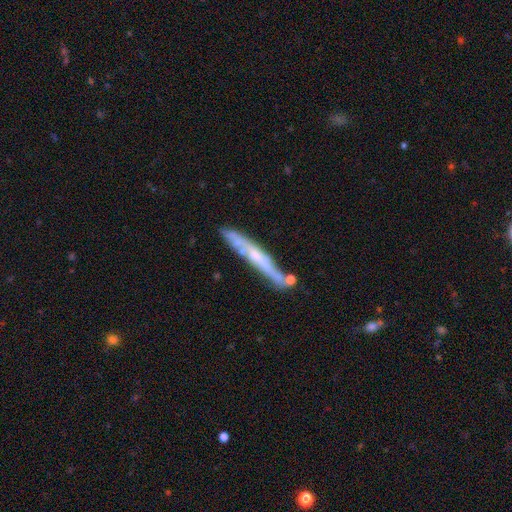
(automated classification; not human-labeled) featured or disk 59%, smooth 35%, star or artifact 6%. Down the decision tree: edge-on disk — yes (83%); merging — none (69%).